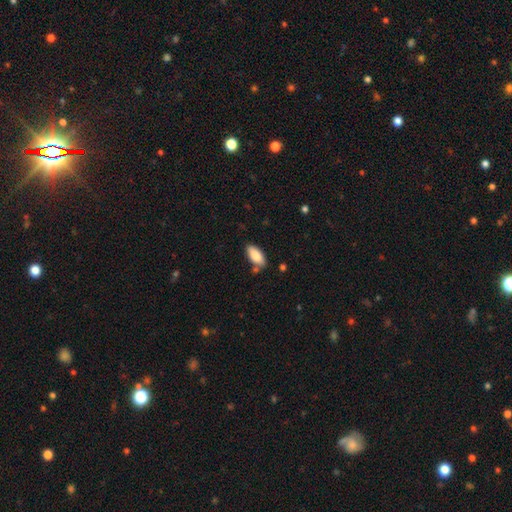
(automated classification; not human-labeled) This appears to be a smooth galaxy with no disk features (85%) that is in between round and cigar-shaped (89%). Merging: none (75%).